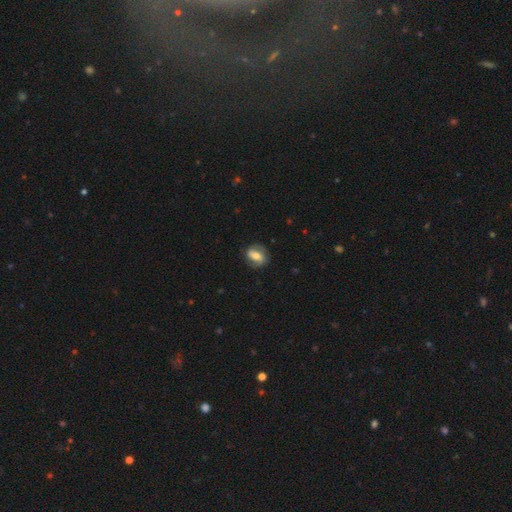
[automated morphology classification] Smooth or featured? smooth (49%)
Merging? none (75%)